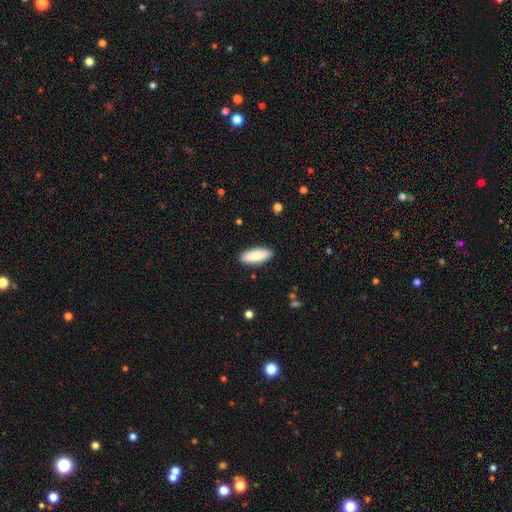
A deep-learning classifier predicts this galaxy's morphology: Smooth or featured: smooth — 86% (featured or disk — 8%)
How rounded: in between — 75% (cigar-shaped — 23%)
Merging: none — 89% (minor disturbance — 8%)